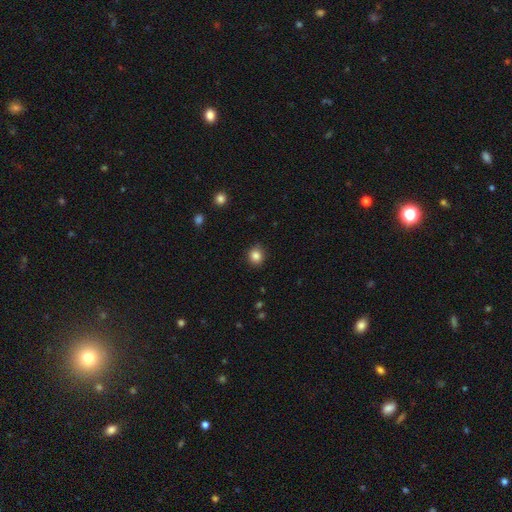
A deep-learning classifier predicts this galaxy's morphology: A smooth galaxy with no disk features (85%) that is round (83%). Merging: none (88%).